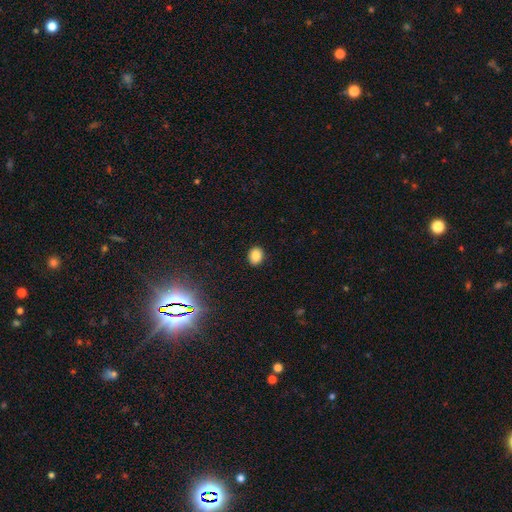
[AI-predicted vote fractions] smooth 85%, star or artifact 11%, featured or disk 5%. Down the decision tree: how rounded — round (56%); merging — none (90%).